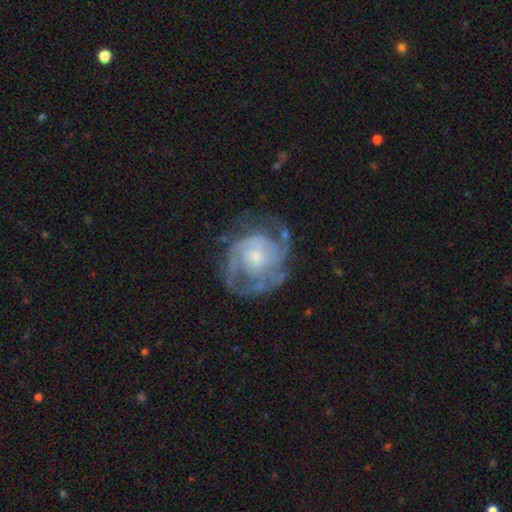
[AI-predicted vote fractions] Smooth or featured: featured or disk — 83% (smooth — 11%)
Edge-on disk: no — 98% (yes — 2%)
Bar: no — 70% (weak — 25%)
Spiral arms: yes — 90% (no — 10%)
Spiral winding: tight — 52% (medium — 37%)
Spiral arm count: 2 — 34% (can't tell — 30%)
Bulge size: small — 58% (moderate — 33%)
Merging: none — 61% (minor disturbance — 20%)